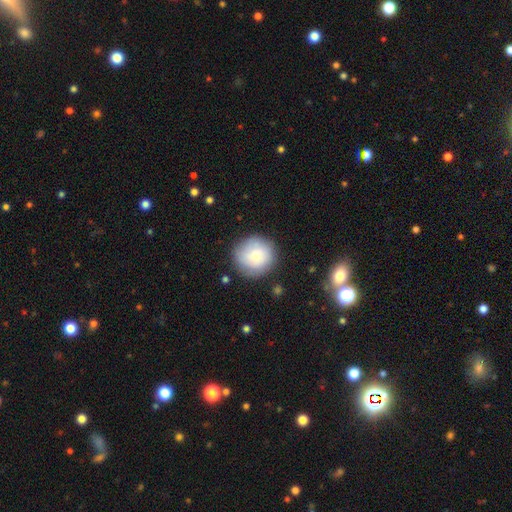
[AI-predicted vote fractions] A smooth galaxy with no disk features (79%) that is round (92%). Merging: none (80%).